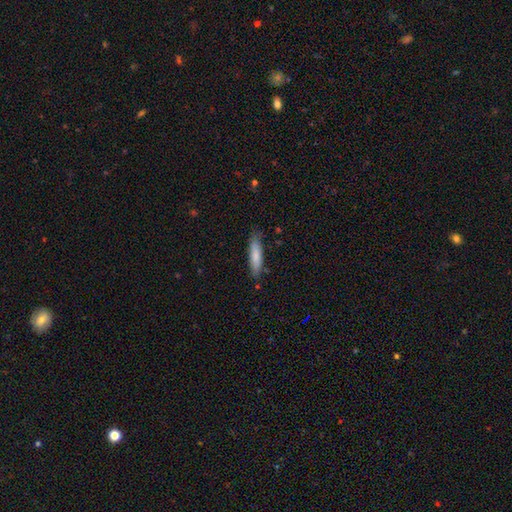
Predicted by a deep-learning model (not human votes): Q: Smooth or featured?
A: smooth (80%); runner-up: featured or disk (15%)
Q: How rounded?
A: cigar-shaped (77%); runner-up: in between (22%)
Q: Merging?
A: none (80%); runner-up: minor disturbance (16%)